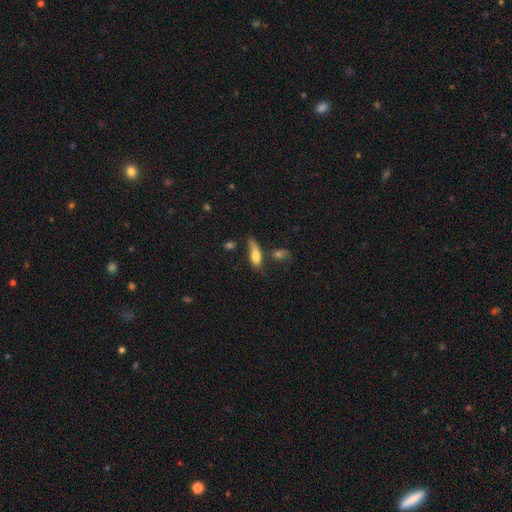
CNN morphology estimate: The model was most divided on "merging": none: 40%, minor disturbance: 30%, major disturbance: 16%, merger: 13%. More confident: smooth or featured — smooth (72%); how rounded — in between (63%).